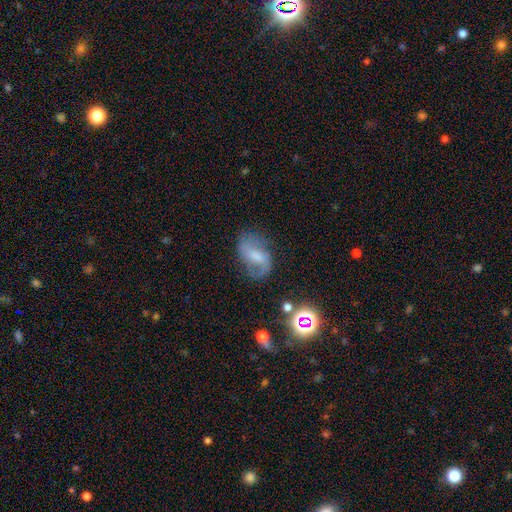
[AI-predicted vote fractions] Smooth or featured? Predicted: featured or disk (p=0.65). Edge-on disk? Predicted: no (p=0.97). Bar? Predicted: weak (p=0.52). Spiral arms? Predicted: yes (p=0.89). Spiral winding? Predicted: loose (p=0.48). Spiral arm count? Predicted: 2 (p=0.78). Bulge size? Predicted: moderate (p=0.37). Merging? Predicted: none (p=0.58).